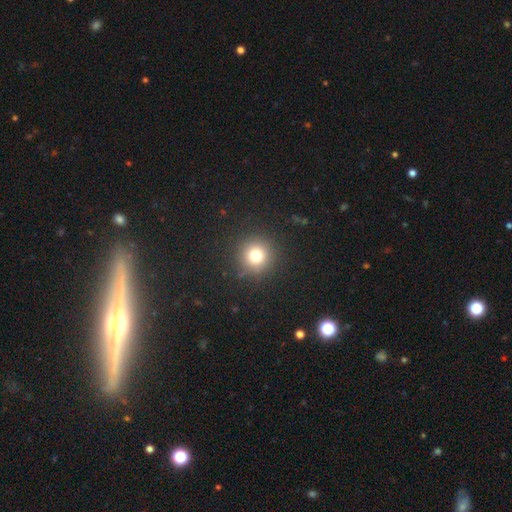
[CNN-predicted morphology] smooth-or-featured: smooth: 77% | star or artifact: 15% | featured or disk: 8%
  how-rounded: round: 95% | in between: 4% | cigar-shaped: 1%
  merging: none: 90% | minor disturbance: 6% | major disturbance: 3% | merger: 1%